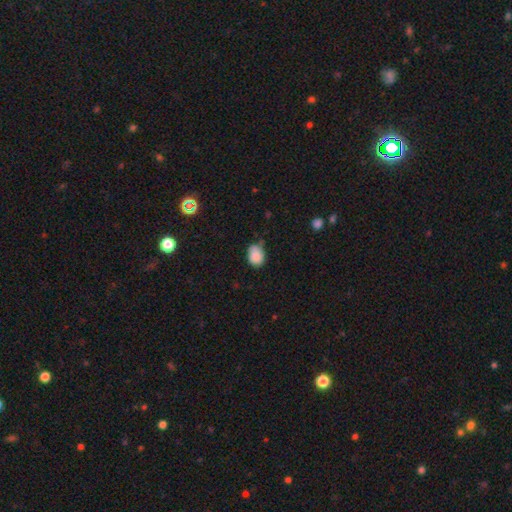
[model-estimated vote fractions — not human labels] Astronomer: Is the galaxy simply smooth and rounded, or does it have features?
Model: smooth — 86%.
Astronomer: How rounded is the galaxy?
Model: in between — 70%.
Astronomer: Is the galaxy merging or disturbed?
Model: none — 58% (runner-up: minor disturbance, 33%).